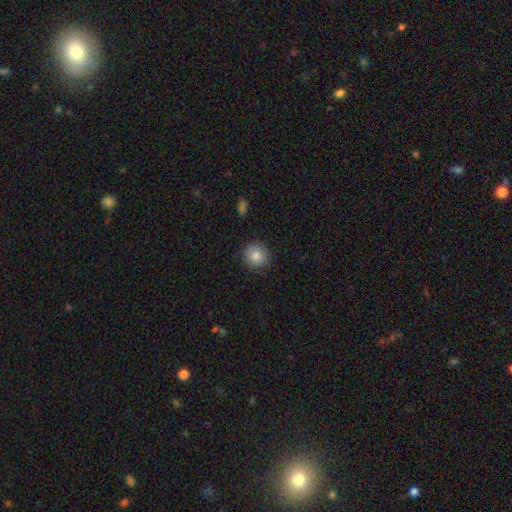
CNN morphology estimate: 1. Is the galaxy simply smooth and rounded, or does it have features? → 84% smooth, 9% star or artifact, 7% featured or disk.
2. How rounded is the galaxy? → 91% round, 8% in between, 1% cigar-shaped.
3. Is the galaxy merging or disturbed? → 88% none, 8% minor disturbance, 2% major disturbance, 1% merger.